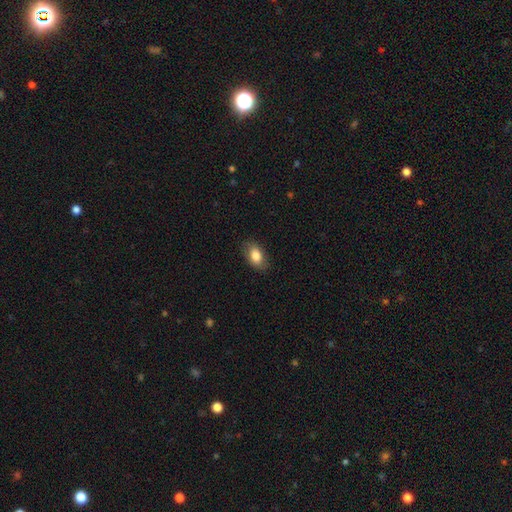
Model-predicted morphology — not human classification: smooth-or-featured: smooth: 82% | featured or disk: 11% | star or artifact: 7%
  how-rounded: in between: 89% | round: 9% | cigar-shaped: 2%
  merging: none: 83% | minor disturbance: 13% | major disturbance: 3% | merger: 1%